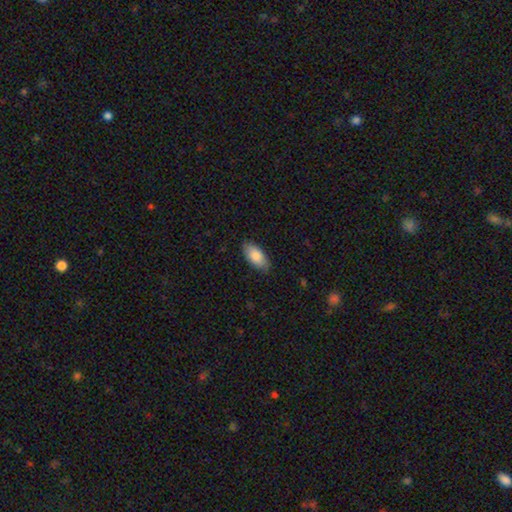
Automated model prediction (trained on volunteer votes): The model was most divided on "smooth or featured": smooth: 84%, featured or disk: 10%, star or artifact: 6%. More confident: how rounded — in between (91%); merging — none (86%).